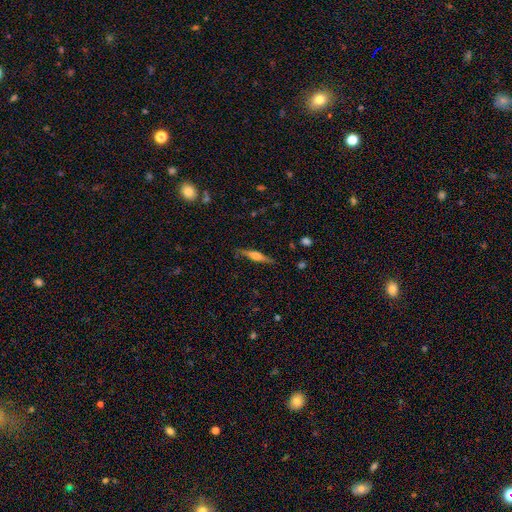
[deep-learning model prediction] Morphology: type=featured or disk (62%); edge-on=yes (96%); edge-on bulge=rounded (77%); merging=none (85%).